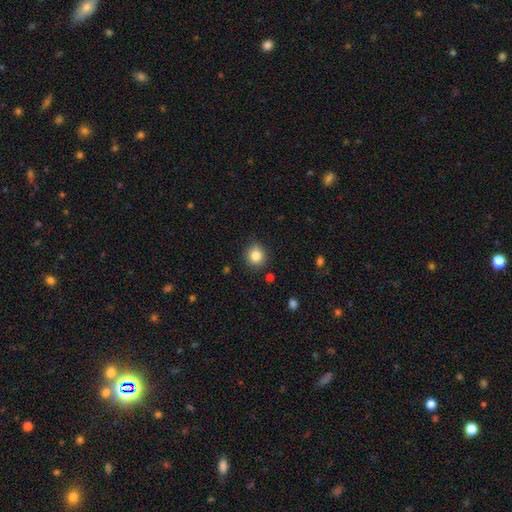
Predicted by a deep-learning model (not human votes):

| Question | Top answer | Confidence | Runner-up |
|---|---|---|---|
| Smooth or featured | smooth | 84% | star or artifact (10%) |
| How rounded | round | 87% | in between (12%) |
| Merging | none | 88% | minor disturbance (8%) |